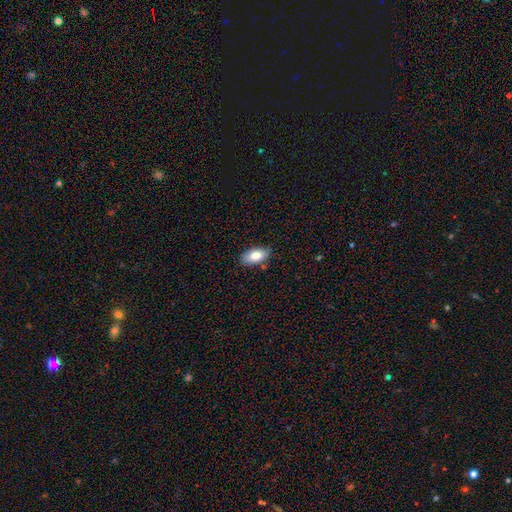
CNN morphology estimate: Smooth or featured: smooth — 80% (featured or disk — 13%)
How rounded: in between — 92% (round — 4%)
Merging: none — 82% (minor disturbance — 13%)